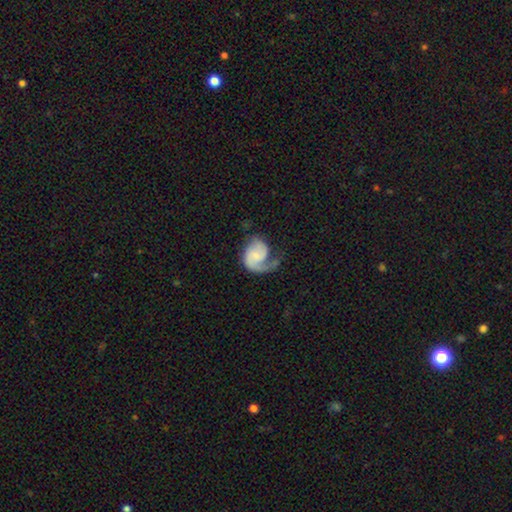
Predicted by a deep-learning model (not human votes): Smooth or featured? featured or disk (73%)
Edge-on disk? no (98%)
Bar? no (65%)
Spiral arms? yes (92%)
Spiral winding? medium (41%)
Spiral arm count? 1 (60%)
Bulge size? small (56%)
Merging? none (39%)